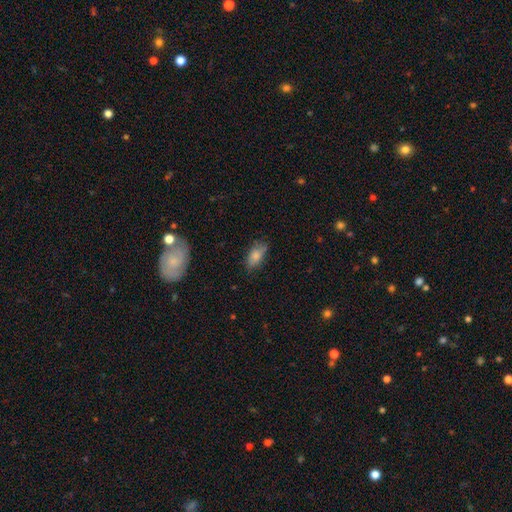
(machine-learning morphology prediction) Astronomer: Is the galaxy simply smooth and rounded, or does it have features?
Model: smooth — 79%.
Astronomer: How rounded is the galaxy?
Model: in between — 87%.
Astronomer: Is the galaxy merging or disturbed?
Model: none — 70%.